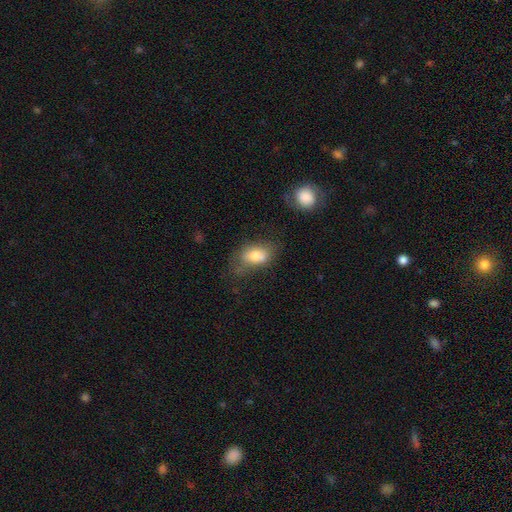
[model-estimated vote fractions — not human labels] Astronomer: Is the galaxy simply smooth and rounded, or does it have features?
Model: smooth — 72%.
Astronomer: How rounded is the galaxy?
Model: in between — 88%.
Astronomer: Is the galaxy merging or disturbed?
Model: none — 46% (runner-up: minor disturbance, 28%).